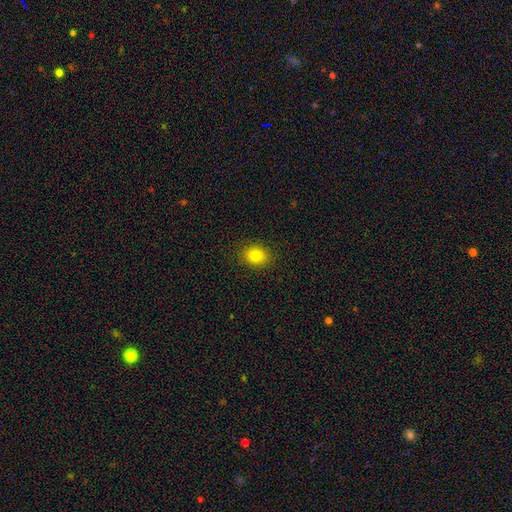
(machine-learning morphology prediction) Smooth or featured? smooth (81%)
How rounded? round (54%)
Merging? none (89%)